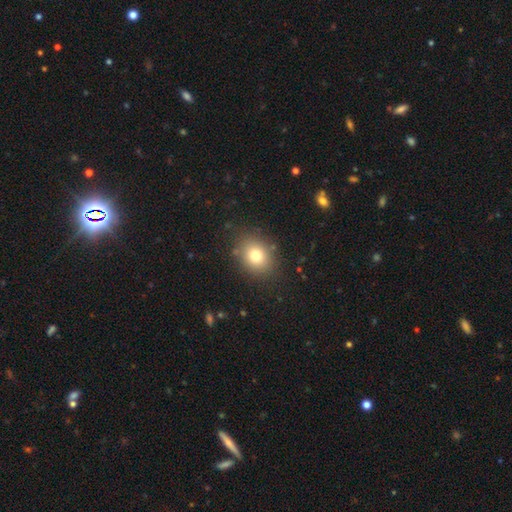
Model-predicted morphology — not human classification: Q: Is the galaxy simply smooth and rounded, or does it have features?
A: smooth — 78%.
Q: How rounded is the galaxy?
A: round — 54%.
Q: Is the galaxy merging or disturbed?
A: none — 84%.